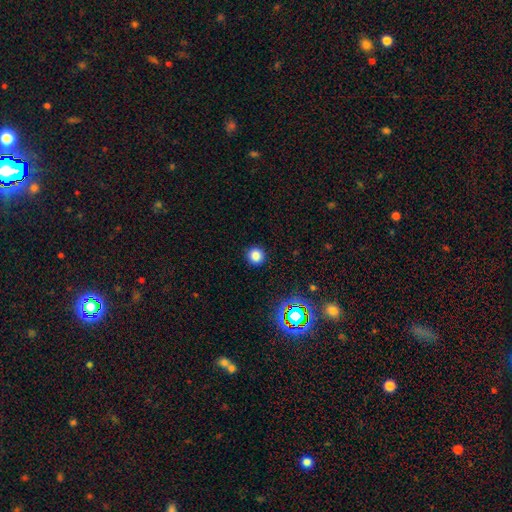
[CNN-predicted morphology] Overall: smooth (81%). How rounded: round (93%). Merging: none (92%).